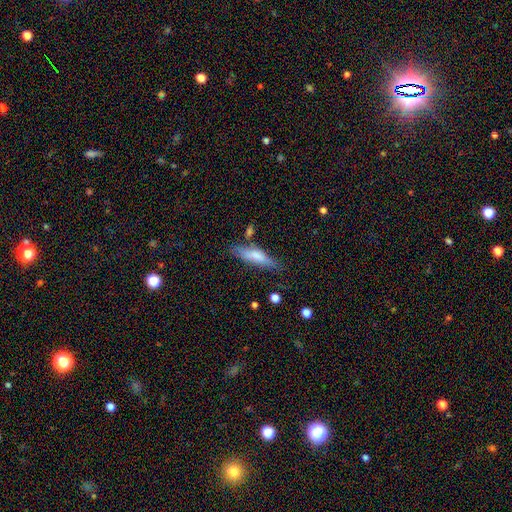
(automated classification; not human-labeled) Smooth or featured?
  - smooth: 70% *
  - featured or disk: 23%
  - star or artifact: 7%
How rounded?
  - cigar-shaped: 64% *
  - in between: 34%
  - round: 2%
Merging?
  - none: 63% *
  - minor disturbance: 23%
  - merger: 7%
  - major disturbance: 7%